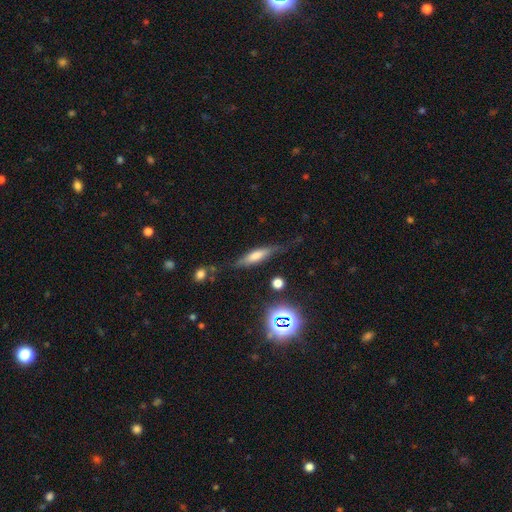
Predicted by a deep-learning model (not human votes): Morphology: type=smooth (50%); roundness=cigar-shaped (72%); merging=none (67%).